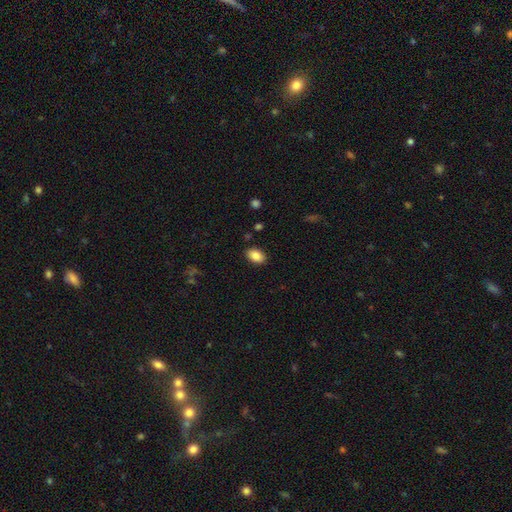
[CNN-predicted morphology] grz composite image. It shows a smooth galaxy with no disk features (87%) that is in between round and cigar-shaped (90%). Merging: none (88%).